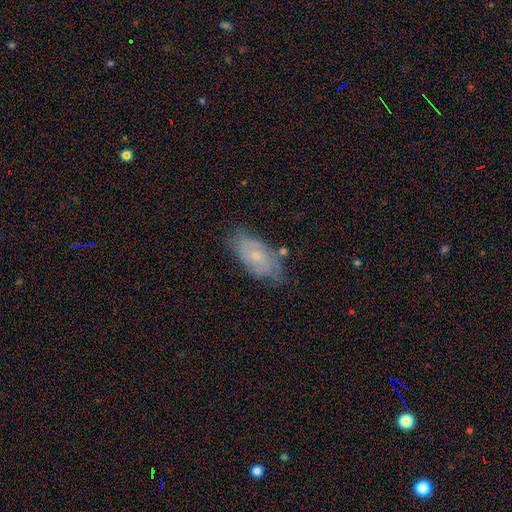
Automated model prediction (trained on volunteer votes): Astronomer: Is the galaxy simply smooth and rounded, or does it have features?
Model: featured or disk — 52% (runner-up: smooth, 40%).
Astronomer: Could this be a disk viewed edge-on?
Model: no — 91%.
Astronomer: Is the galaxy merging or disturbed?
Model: none — 65%.